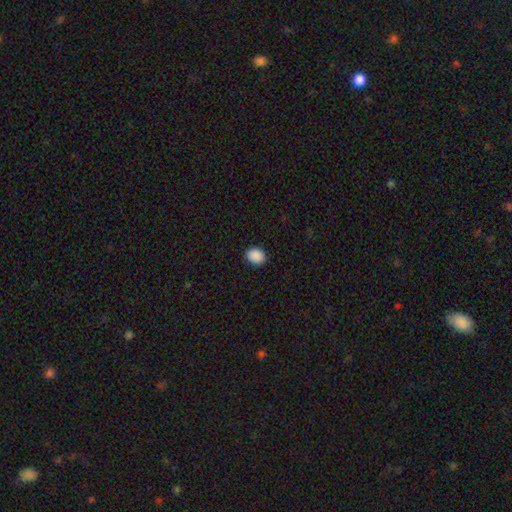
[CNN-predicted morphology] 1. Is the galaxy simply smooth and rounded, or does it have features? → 90% smooth, 8% star or artifact, 2% featured or disk.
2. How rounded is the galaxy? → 51% in between, 48% round, 1% cigar-shaped.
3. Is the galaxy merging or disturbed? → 91% none, 6% minor disturbance, 2% major disturbance, 1% merger.